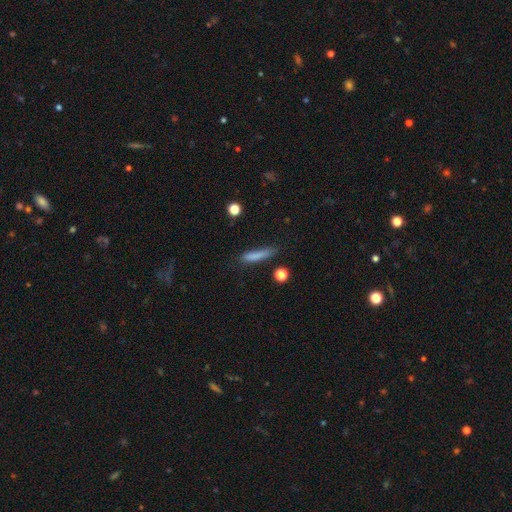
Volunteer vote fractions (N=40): Overall: smooth (92%). How rounded: cigar-shaped (95%). Merging: none (77%).